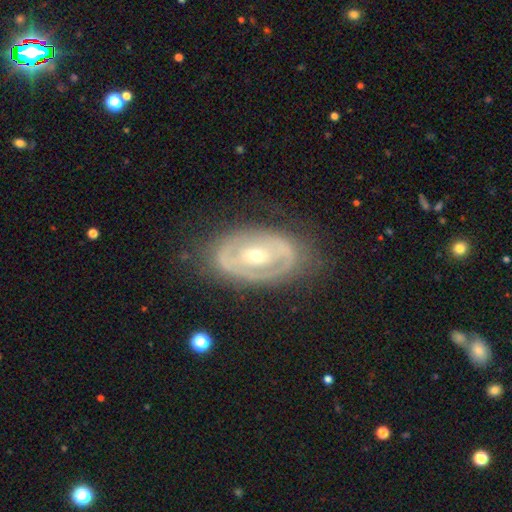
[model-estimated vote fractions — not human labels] Q: Smooth or featured?
A: featured or disk (76%); runner-up: smooth (19%)
Q: Edge-on disk?
A: no (93%); runner-up: yes (7%)
Q: Bar?
A: no (56%); runner-up: weak (26%)
Q: Spiral arms?
A: no (53%); runner-up: yes (47%)
Q: Bulge size?
A: small (50%); runner-up: moderate (46%)
Q: Merging?
A: none (74%); runner-up: minor disturbance (17%)